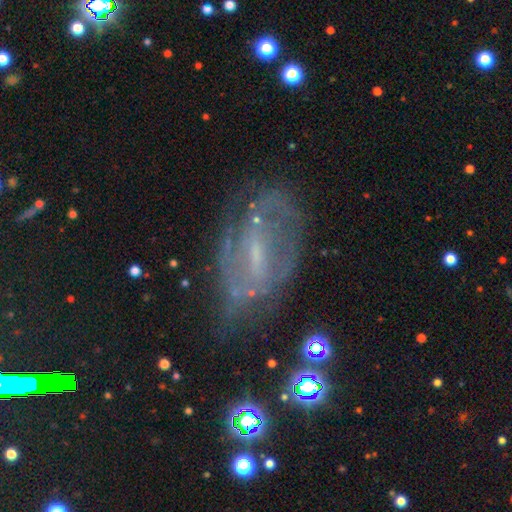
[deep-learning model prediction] Q: Smooth or featured?
A: featured or disk (71%); runner-up: smooth (16%)
Q: Edge-on disk?
A: no (94%); runner-up: yes (6%)
Q: Bar?
A: weak (50%); runner-up: no (27%)
Q: Spiral arms?
A: yes (67%); runner-up: no (33%)
Q: Bulge size?
A: small (52%); runner-up: none (25%)
Q: Merging?
A: none (58%); runner-up: minor disturbance (23%)